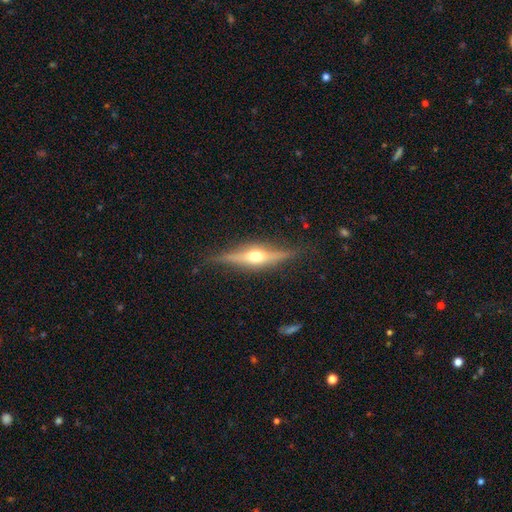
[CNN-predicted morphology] featured or disk 73%, smooth 20%, star or artifact 7%. Down the decision tree: edge-on disk — yes (96%); edge-on bulge — rounded (93%); merging — none (86%).